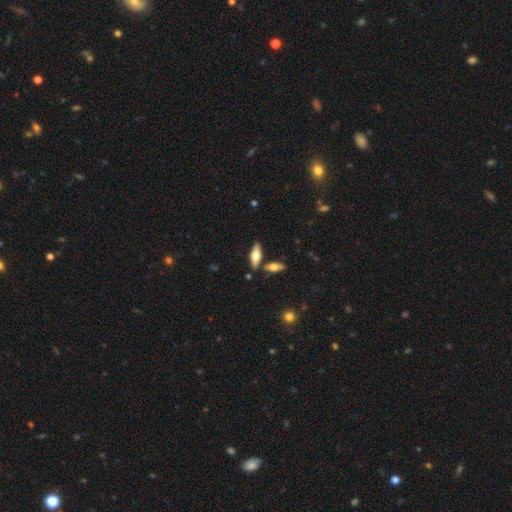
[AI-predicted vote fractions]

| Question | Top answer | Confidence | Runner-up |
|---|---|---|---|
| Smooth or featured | smooth | 49% | featured or disk (45%) |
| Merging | none | 75% | merger (12%) |